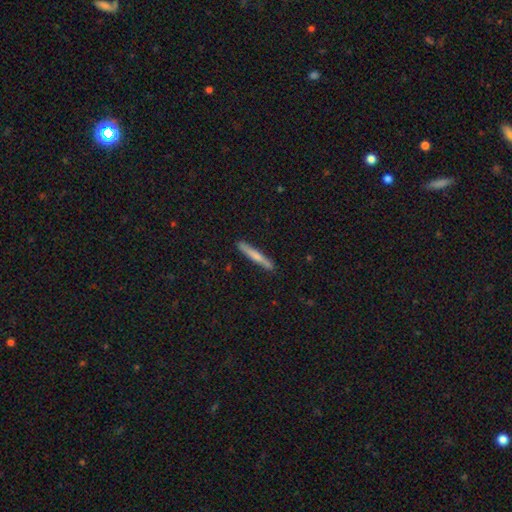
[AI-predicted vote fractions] Smooth or featured? Predicted: smooth (p=0.60). How rounded? Predicted: cigar-shaped (p=0.95). Merging? Predicted: none (p=0.89).